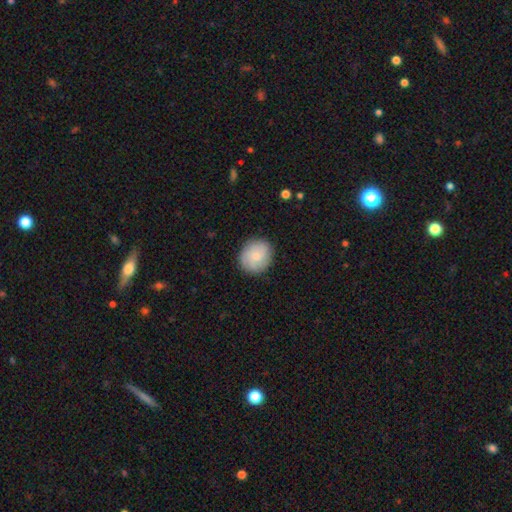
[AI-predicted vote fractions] A smooth galaxy with no disk features (73%) that is round (81%). Merging: none (87%).